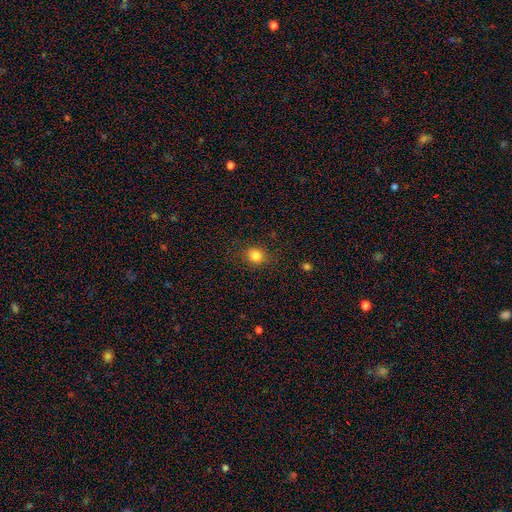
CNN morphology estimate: smooth 83%, star or artifact 12%, featured or disk 5%. Down the decision tree: how rounded — round (69%); merging — none (85%).